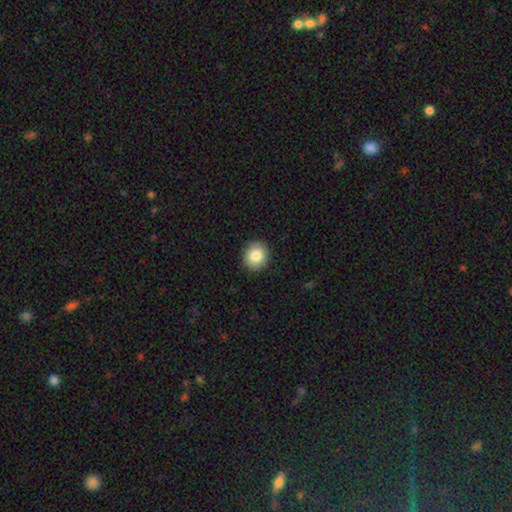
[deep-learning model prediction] Morphology: type=smooth (85%); roundness=round (79%); merging=none (91%).